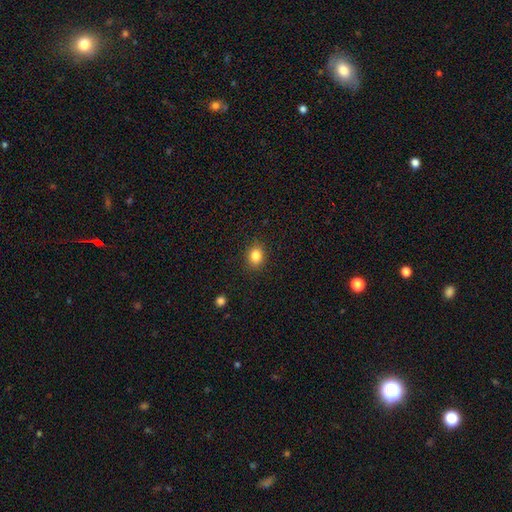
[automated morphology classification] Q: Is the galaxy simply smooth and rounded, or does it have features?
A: smooth — 84%.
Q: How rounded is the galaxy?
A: in between — 54%.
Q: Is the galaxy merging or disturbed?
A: none — 88%.